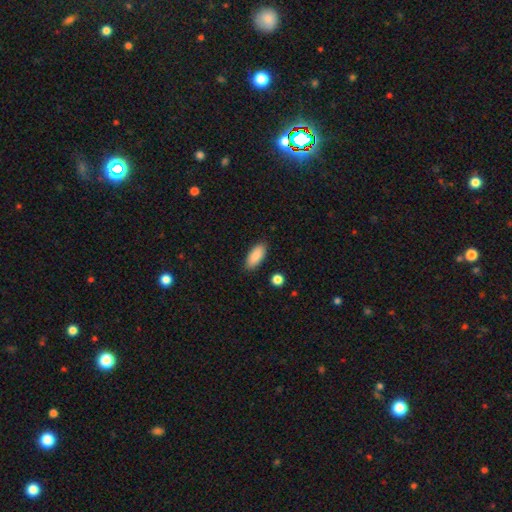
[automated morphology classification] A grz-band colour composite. It shows a smooth galaxy with no disk features (89%) that is in between round and cigar-shaped (85%). Merging: none (88%).